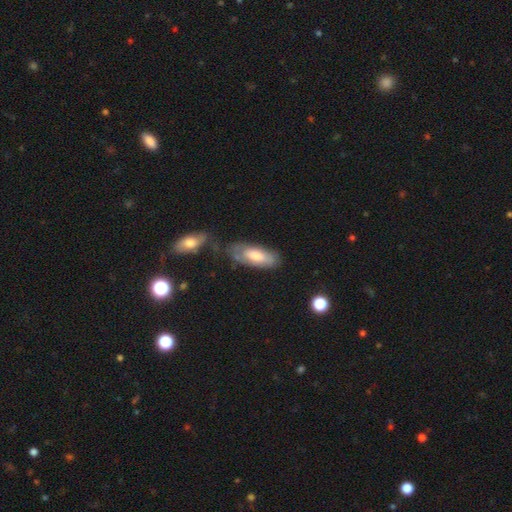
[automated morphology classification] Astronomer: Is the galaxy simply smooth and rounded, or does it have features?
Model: smooth — 61%.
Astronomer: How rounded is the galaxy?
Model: in between — 74%.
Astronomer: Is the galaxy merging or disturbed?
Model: none — 56%.